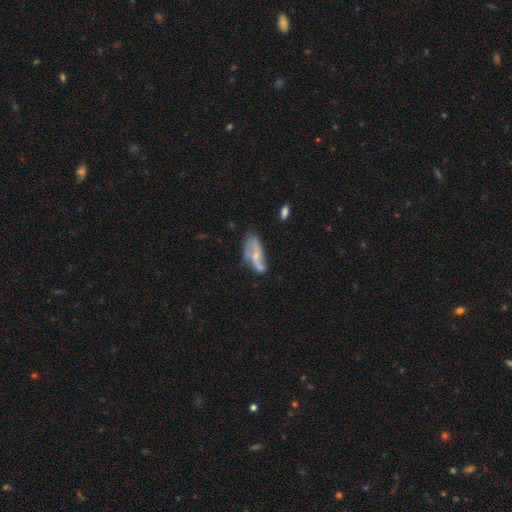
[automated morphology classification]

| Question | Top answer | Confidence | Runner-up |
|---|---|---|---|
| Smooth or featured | featured or disk | 62% | smooth (30%) |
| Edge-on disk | no | 91% | yes (9%) |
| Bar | no | 66% | weak (27%) |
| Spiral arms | yes | 71% | no (29%) |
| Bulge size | small | 62% | moderate (28%) |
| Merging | none | 42% | minor disturbance (28%) |